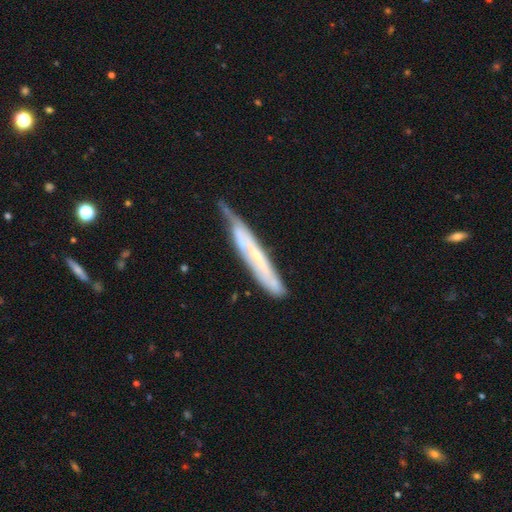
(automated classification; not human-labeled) Smooth or featured?
  - featured or disk: 67% *
  - smooth: 27%
  - star or artifact: 6%
Edge-on disk?
  - yes: 62% *
  - no: 38%
Merging?
  - none: 47% *
  - minor disturbance: 38%
  - major disturbance: 11%
  - merger: 4%